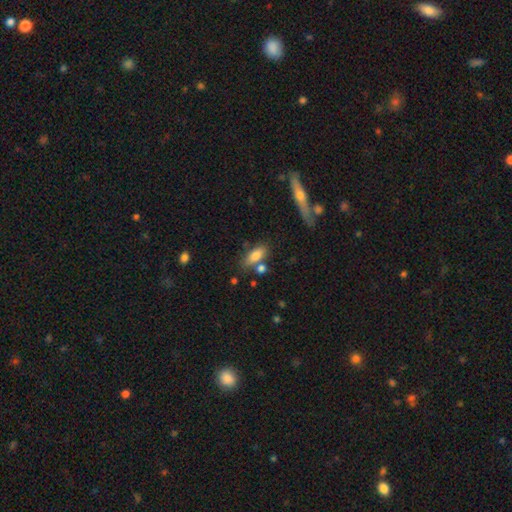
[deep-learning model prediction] This is likely a smooth galaxy (78%). How rounded: likely in between (76%). Merging: likely none (63%).